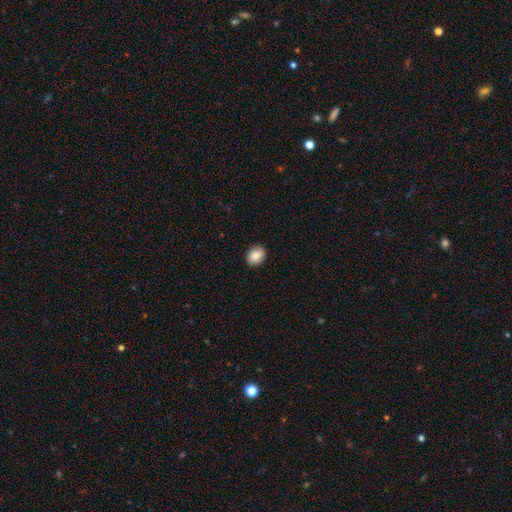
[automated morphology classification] A smooth galaxy with no disk features (83%) that is in between round and cigar-shaped (67%). Merging: none (88%).